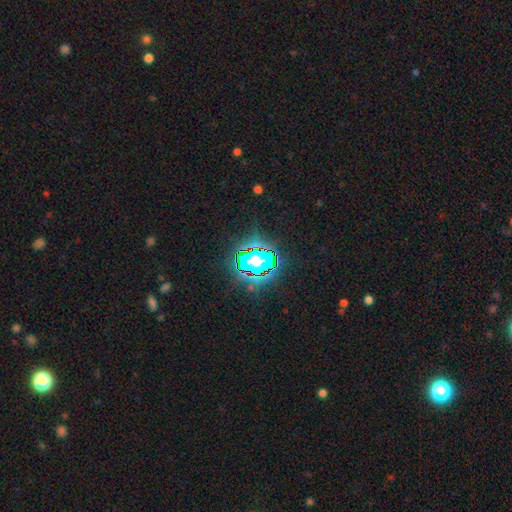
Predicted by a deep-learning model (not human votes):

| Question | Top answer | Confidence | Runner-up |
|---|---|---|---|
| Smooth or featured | star or artifact | 66% | smooth (20%) |